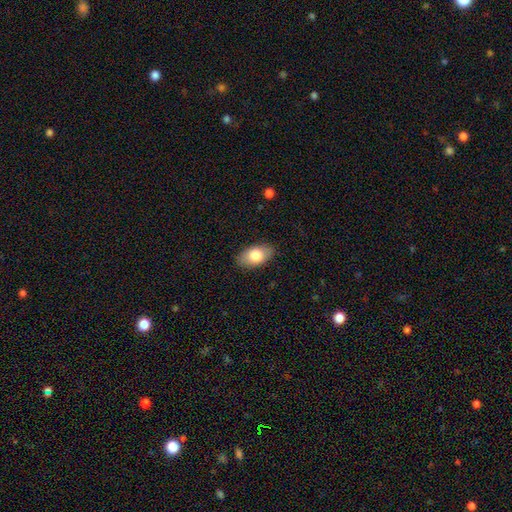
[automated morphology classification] smooth-or-featured: smooth: 79% | featured or disk: 15% | star or artifact: 6%
  how-rounded: in between: 93% | round: 5% | cigar-shaped: 2%
  merging: none: 86% | minor disturbance: 10% | major disturbance: 2% | merger: 1%